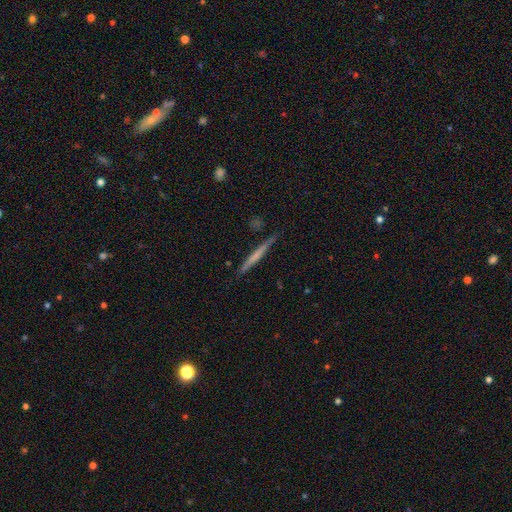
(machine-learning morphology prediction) Smooth or featured: featured or disk — 49% (smooth — 45%)
Merging: none — 85% (minor disturbance — 11%)